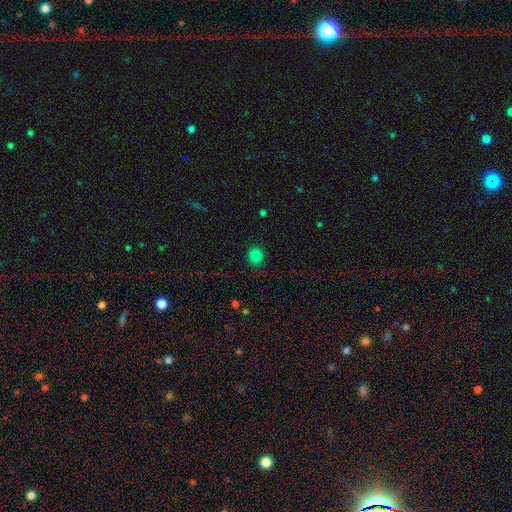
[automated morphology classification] Smooth or featured? smooth (82%)
How rounded? round (85%)
Merging? none (89%)